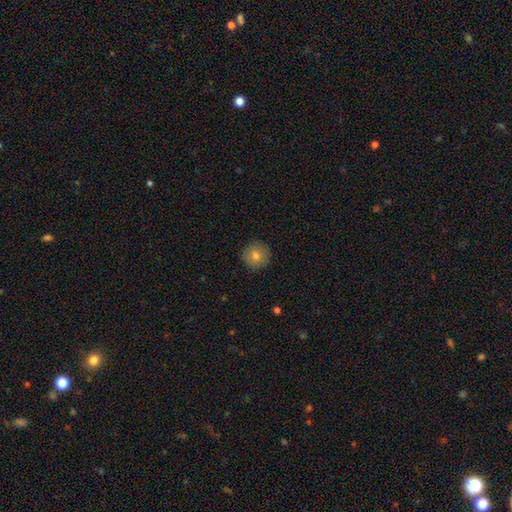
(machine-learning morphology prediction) Smooth or featured? smooth (78%)
How rounded? round (96%)
Merging? none (91%)